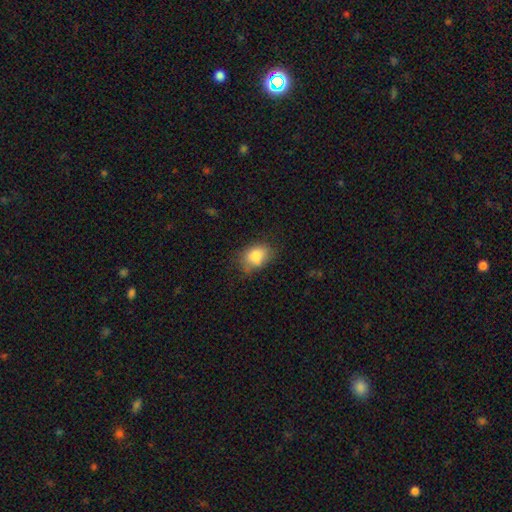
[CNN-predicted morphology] A smooth galaxy with no disk features (82%) that is in between round and cigar-shaped (73%). Merging: none (60%).